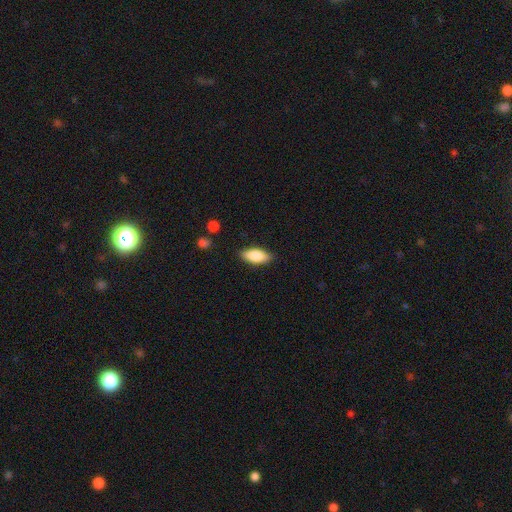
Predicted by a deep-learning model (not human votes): This appears to be a smooth galaxy with no disk features (82%) that is in between round and cigar-shaped (84%). Merging: none (85%).